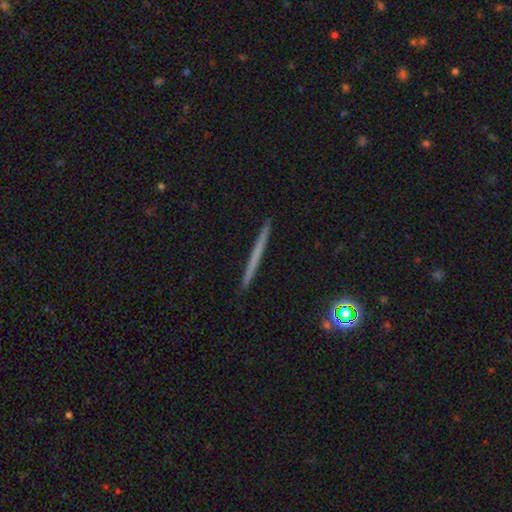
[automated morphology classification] A smooth galaxy with no disk features (47%). Merging: none (93%).